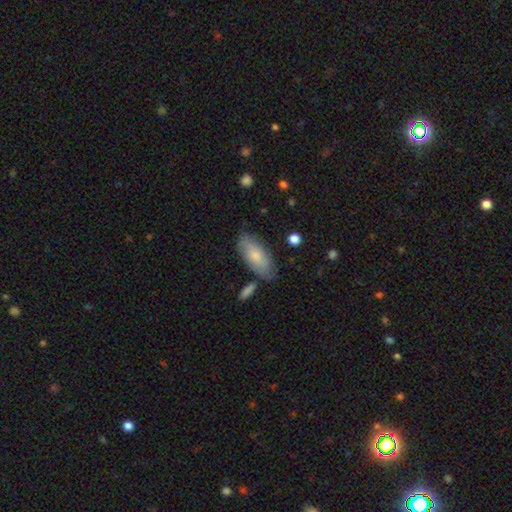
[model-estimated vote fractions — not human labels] smooth 70%, featured or disk 24%, star or artifact 6%. Down the decision tree: how rounded — in between (87%); merging — none (72%).